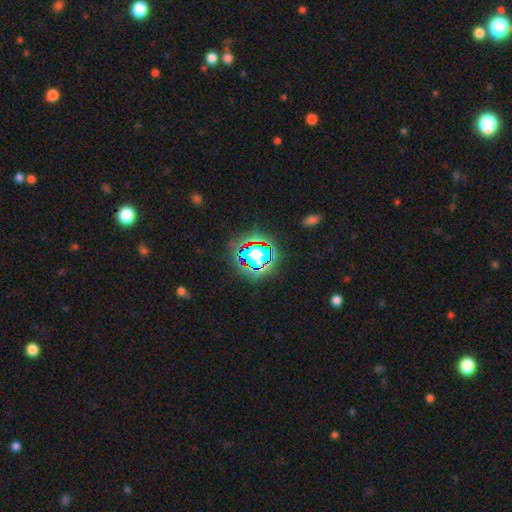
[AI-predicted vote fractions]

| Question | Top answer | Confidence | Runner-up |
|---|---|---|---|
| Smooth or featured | star or artifact | 53% | smooth (32%) |